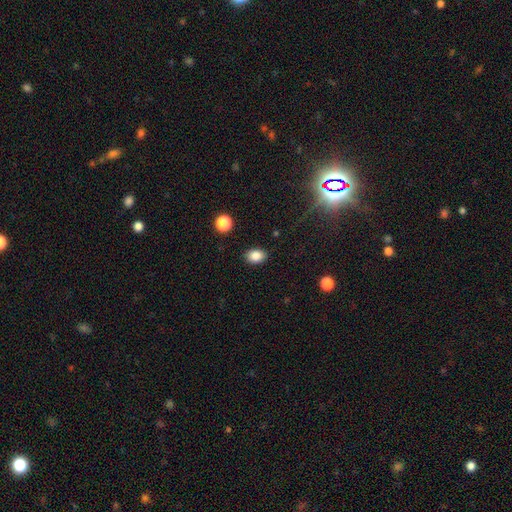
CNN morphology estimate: Smooth or featured: smooth — 86% (star or artifact — 9%)
How rounded: in between — 77% (round — 22%)
Merging: none — 87% (minor disturbance — 9%)